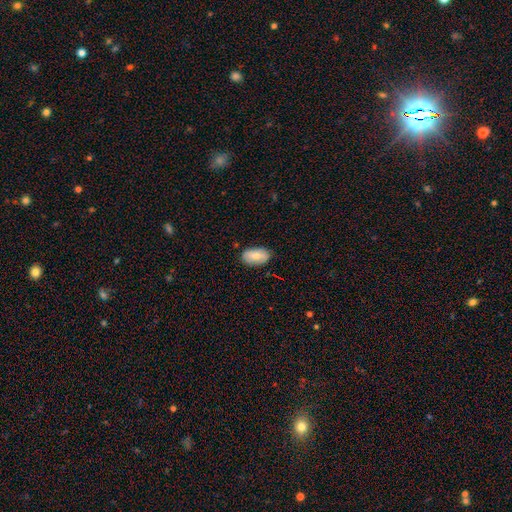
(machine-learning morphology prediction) Overall: smooth (77%). How rounded: in between (94%). Merging: none (80%).